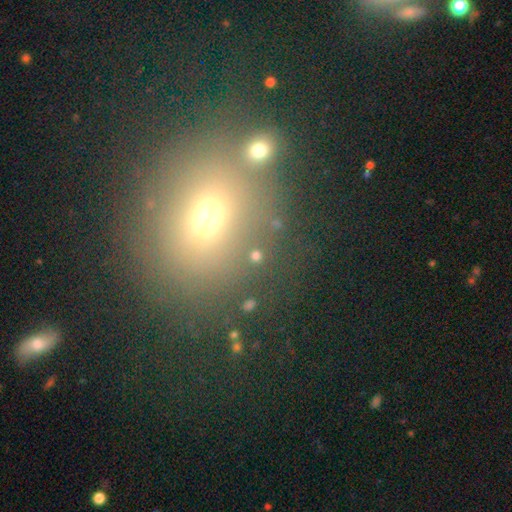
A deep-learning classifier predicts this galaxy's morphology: Q: Smooth or featured?
A: smooth (62%); runner-up: star or artifact (30%)
Q: How rounded?
A: round (86%); runner-up: in between (12%)
Q: Merging?
A: none (83%); runner-up: minor disturbance (7%)